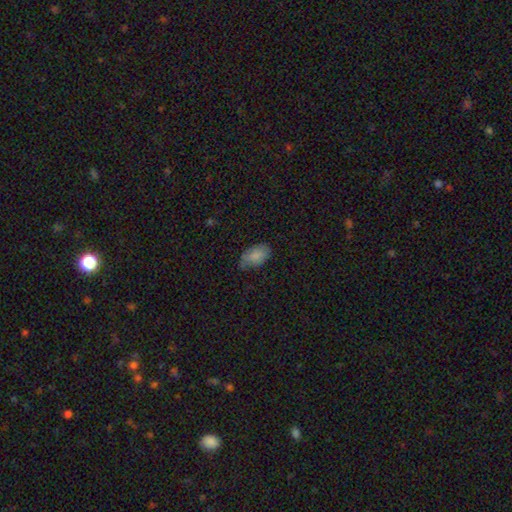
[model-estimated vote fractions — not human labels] Smooth or featured? smooth (82%)
How rounded? in between (92%)
Merging? none (61%)